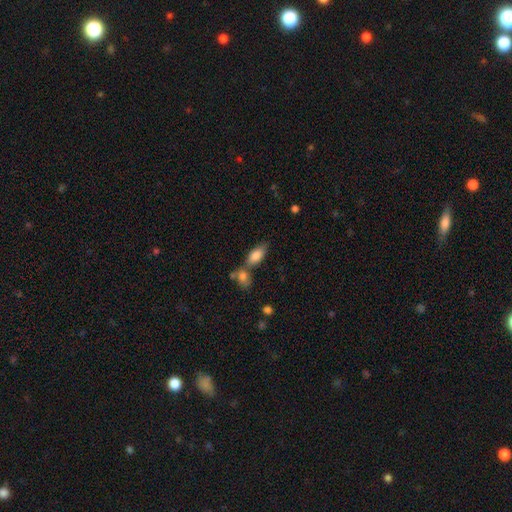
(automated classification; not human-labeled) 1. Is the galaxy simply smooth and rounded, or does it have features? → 82% smooth, 11% featured or disk, 7% star or artifact.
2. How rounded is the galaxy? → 85% in between, 11% cigar-shaped, 4% round.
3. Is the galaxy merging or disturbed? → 50% none, 34% merger, 12% minor disturbance, 4% major disturbance.